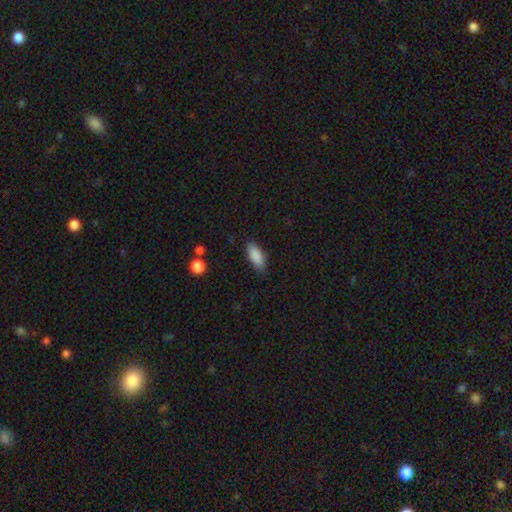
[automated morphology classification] Overall: smooth (88%). How rounded: in between (79%). Merging: none (84%).